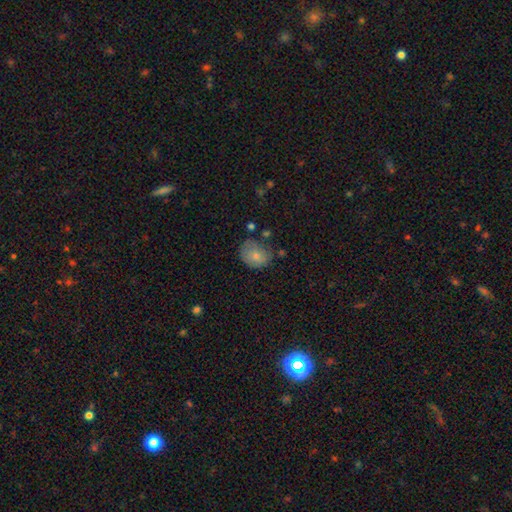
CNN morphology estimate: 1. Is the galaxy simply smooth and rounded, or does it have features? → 75% smooth, 17% featured or disk, 9% star or artifact.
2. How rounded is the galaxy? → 57% round, 42% in between, 1% cigar-shaped.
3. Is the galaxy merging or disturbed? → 53% none, 31% minor disturbance, 11% major disturbance, 5% merger.